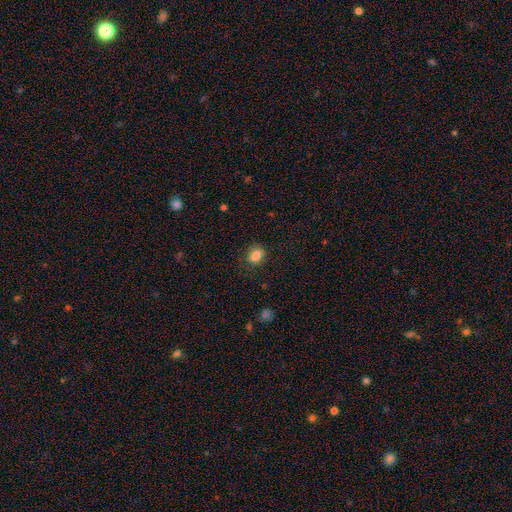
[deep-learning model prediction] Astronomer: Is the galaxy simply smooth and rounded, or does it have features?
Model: smooth — 85%.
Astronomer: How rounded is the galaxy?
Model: in between — 50% (runner-up: round, 49%).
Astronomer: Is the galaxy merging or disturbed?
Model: none — 80%.